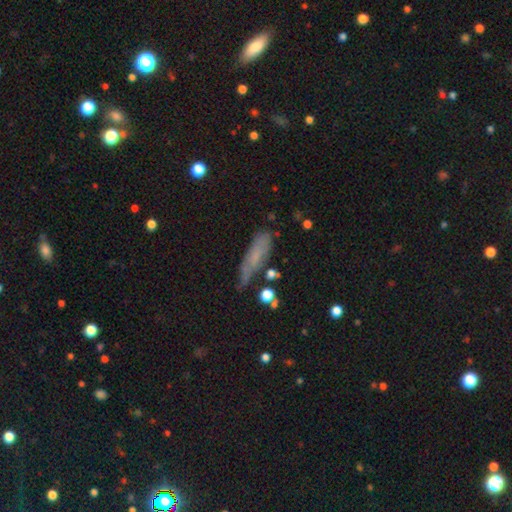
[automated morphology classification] type=smooth (55%); roundness=cigar-shaped (63%); merging=none (55%).